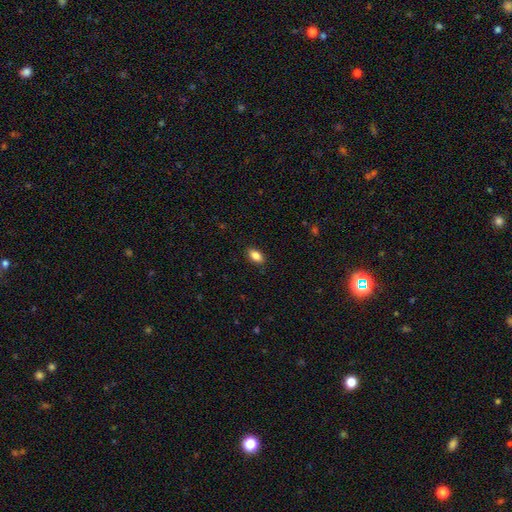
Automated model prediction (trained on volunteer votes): Smooth or featured? Predicted: smooth (p=0.87). How rounded? Predicted: in between (p=0.91). Merging? Predicted: none (p=0.88).